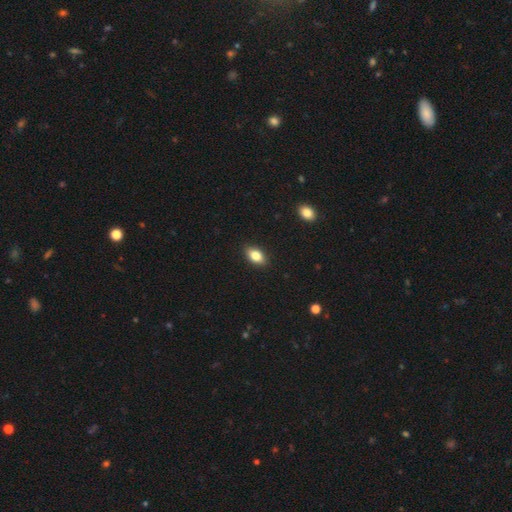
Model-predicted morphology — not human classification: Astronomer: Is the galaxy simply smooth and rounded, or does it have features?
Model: smooth — 83%.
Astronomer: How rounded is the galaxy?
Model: in between — 89%.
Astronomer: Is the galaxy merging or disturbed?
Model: none — 89%.